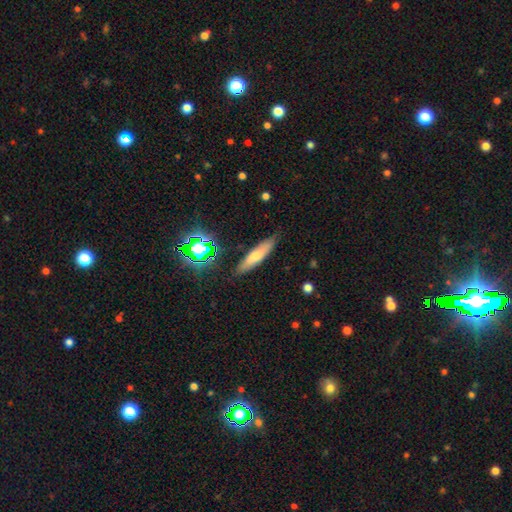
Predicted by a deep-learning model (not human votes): A smooth galaxy with no disk features (58%) that is cigar-shaped (76%).

Vote fractions:
- Smooth or featured? smooth: 58% / featured or disk: 29% / star or artifact: 13%
- How rounded? cigar-shaped: 76% / in between: 21% / round: 3%
- Merging? none: 85% / minor disturbance: 11% / major disturbance: 2% / merger: 2%